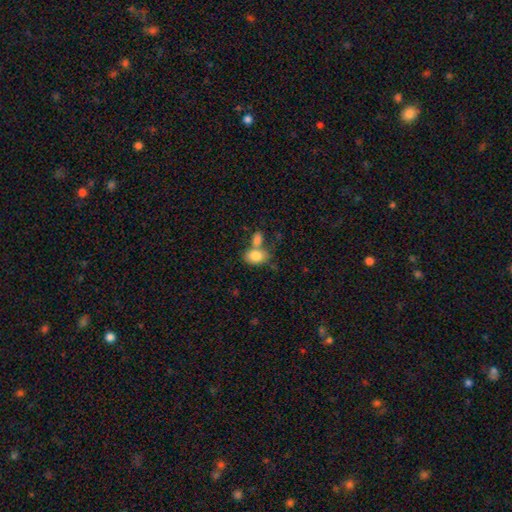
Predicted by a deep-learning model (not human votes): Smooth or featured? smooth (82%)
How rounded? in between (84%)
Merging? merger (45%)